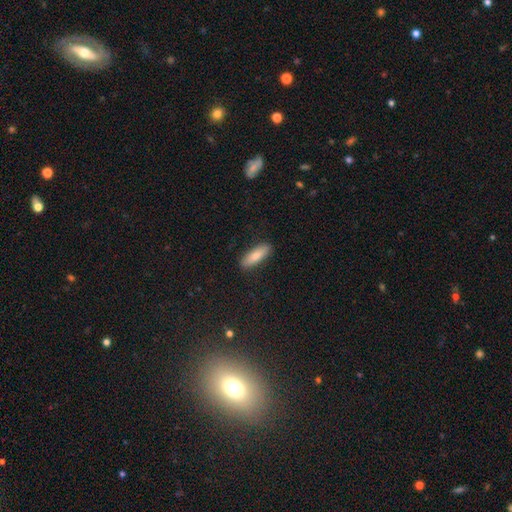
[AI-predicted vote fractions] smooth_or_featured: smooth (p=0.79) [alt: featured or disk p=0.15]
how_rounded: in between (p=0.51) [alt: cigar-shaped p=0.47]
merging: none (p=0.89) [alt: minor disturbance p=0.08]